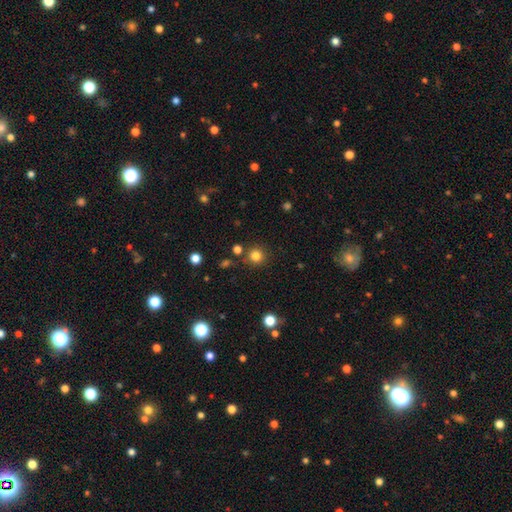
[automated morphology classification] Smooth or featured: smooth — 82% (star or artifact — 14%)
How rounded: round — 94% (in between — 5%)
Merging: none — 85% (minor disturbance — 7%)